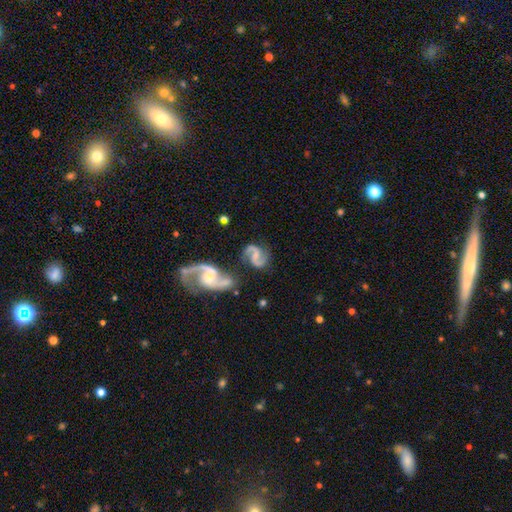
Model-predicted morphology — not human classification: Smooth or featured? Predicted: featured or disk (p=0.88). Edge-on disk? Predicted: no (p=0.98). Bar? Predicted: weak (p=0.51). Spiral arms? Predicted: yes (p=0.97). Spiral winding? Predicted: medium (p=0.49). Spiral arm count? Predicted: 2 (p=0.93). Bulge size? Predicted: small (p=0.46). Merging? Predicted: none (p=0.58).